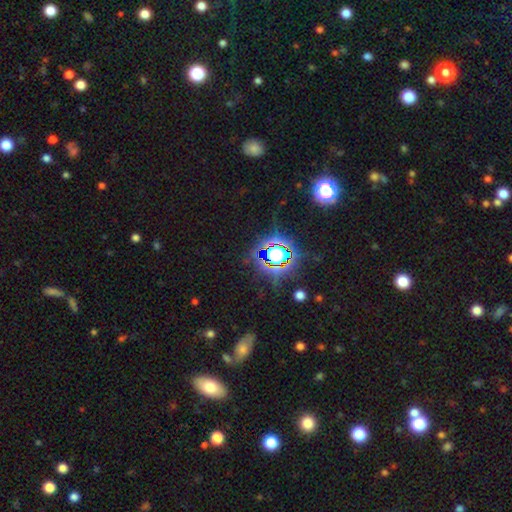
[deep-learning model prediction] Smooth or featured: star or artifact — 77% (smooth — 14%)